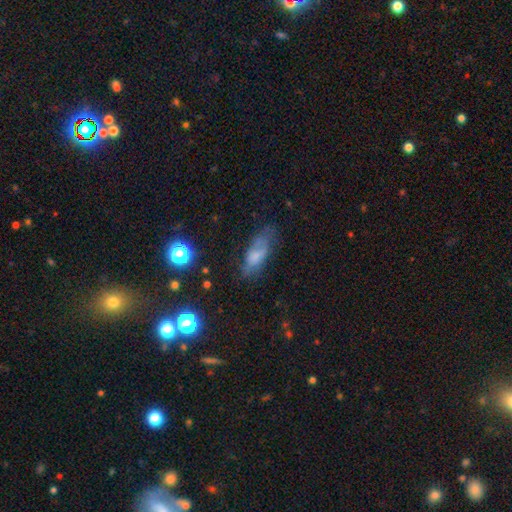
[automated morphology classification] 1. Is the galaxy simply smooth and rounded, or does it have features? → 59% smooth, 29% featured or disk, 13% star or artifact.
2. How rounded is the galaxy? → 71% in between, 25% cigar-shaped, 4% round.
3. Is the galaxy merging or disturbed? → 56% none, 27% minor disturbance, 14% major disturbance, 3% merger.